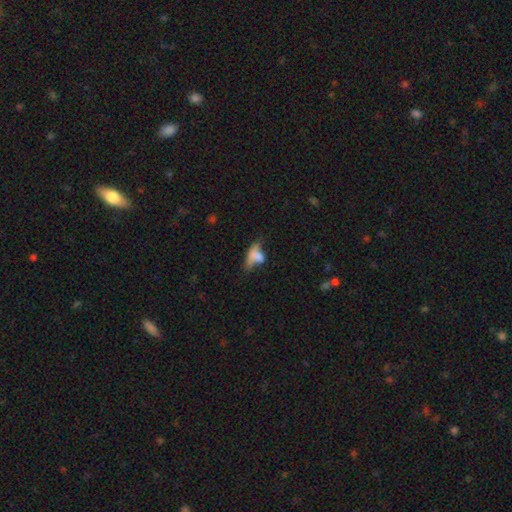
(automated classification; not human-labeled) This appears to be a smooth galaxy with no disk features (56%) that is in between round and cigar-shaped (77%). Merging: major disturbance (33%).